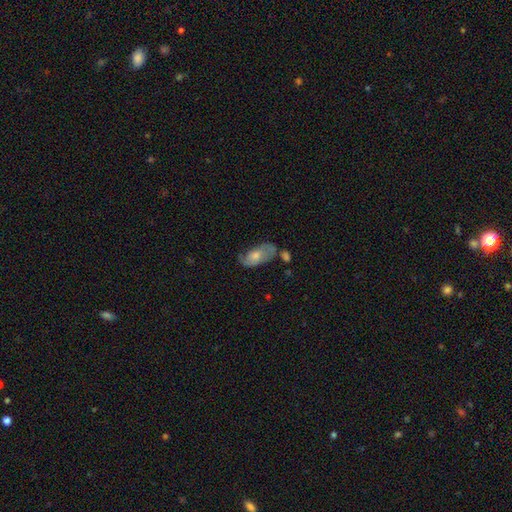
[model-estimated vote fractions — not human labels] Smooth or featured: featured or disk — 61% (smooth — 30%)
Edge-on disk: no — 90% (yes — 10%)
Bar: no — 75% (weak — 21%)
Spiral arms: yes — 79% (no — 21%)
Bulge size: moderate — 60% (small — 31%)
Merging: none — 61% (minor disturbance — 21%)